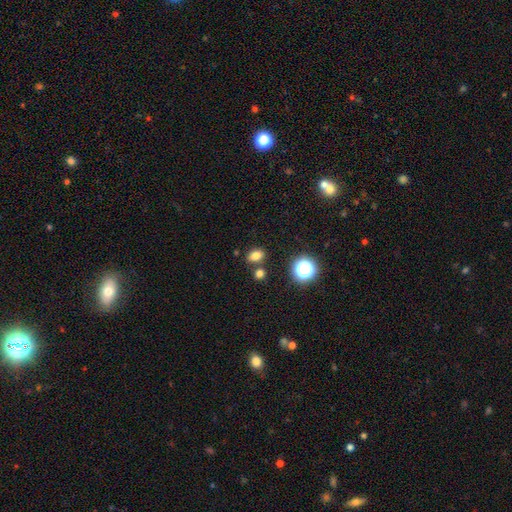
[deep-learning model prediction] This appears to be a smooth galaxy with no disk features (78%) that is in between round and cigar-shaped (72%). Merging: none (76%).